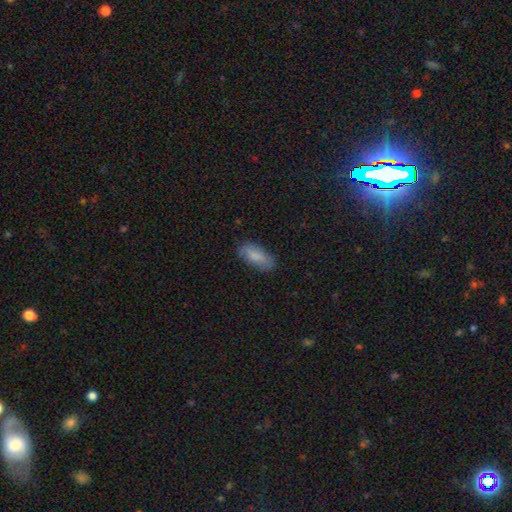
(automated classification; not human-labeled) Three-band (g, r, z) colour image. It shows a smooth galaxy with no disk features (82%) that is in between round and cigar-shaped (82%). Merging: none (78%).